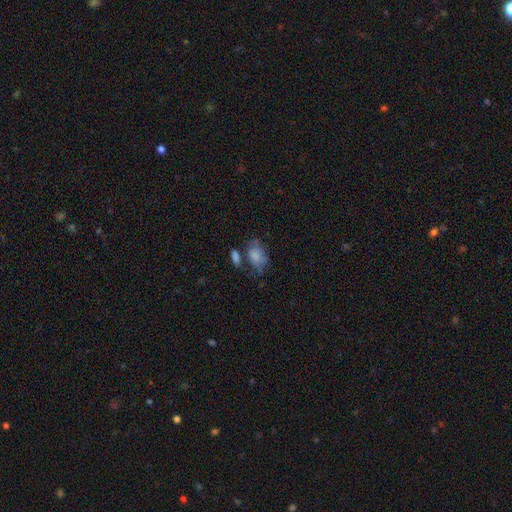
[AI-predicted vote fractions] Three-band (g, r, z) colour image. It shows a smooth galaxy with no disk features (76%) that is in between round and cigar-shaped (83%). Merging: none (38%).